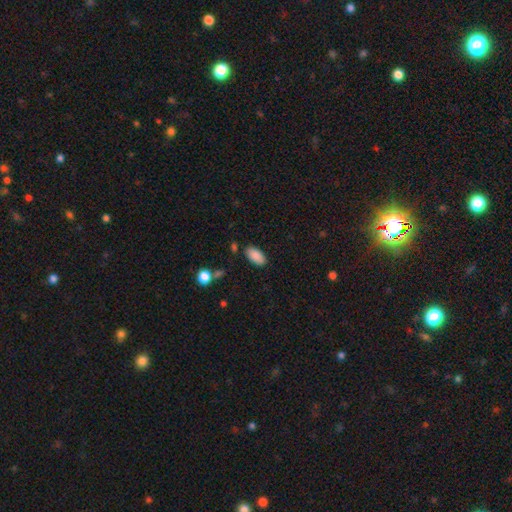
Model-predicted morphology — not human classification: smooth 88%, star or artifact 7%, featured or disk 5%. Down the decision tree: how rounded — in between (93%); merging — none (83%).